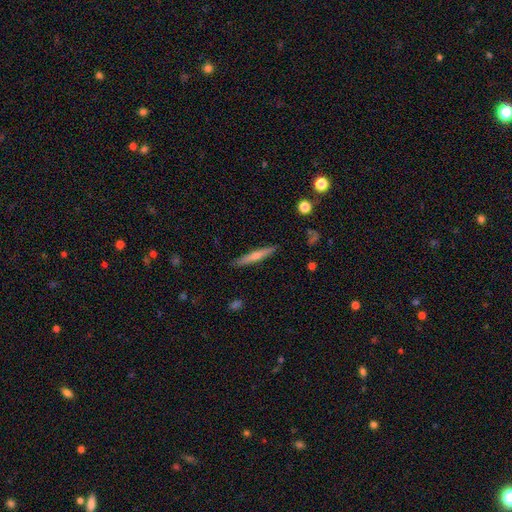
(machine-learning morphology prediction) featured or disk 55%, smooth 38%, star or artifact 8%. Down the decision tree: edge-on disk — yes (96%); edge-on bulge — rounded (69%); merging — none (90%).